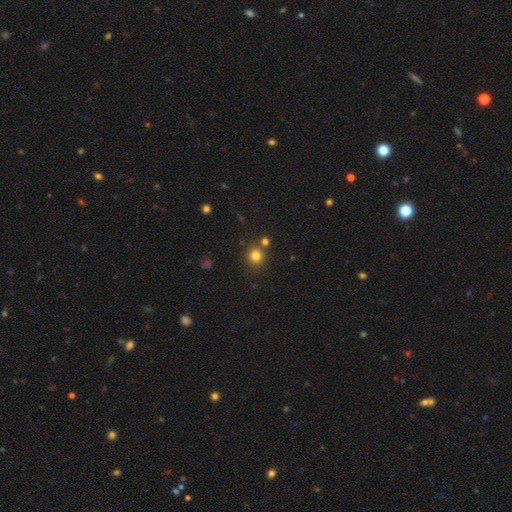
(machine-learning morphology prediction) The model was most divided on "smooth or featured": smooth: 79%, star or artifact: 15%, featured or disk: 6%. More confident: how rounded — round (89%); merging — none (78%).